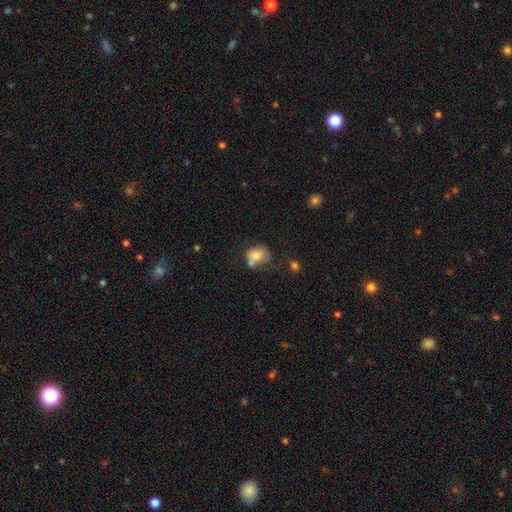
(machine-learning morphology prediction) A smooth galaxy with no disk features (73%) that is round (51%).

Vote fractions:
- Smooth or featured? smooth: 73% / featured or disk: 18% / star or artifact: 9%
- How rounded? round: 51% / in between: 48% / cigar-shaped: 1%
- Merging? none: 37% / merger: 28% / minor disturbance: 23% / major disturbance: 12%